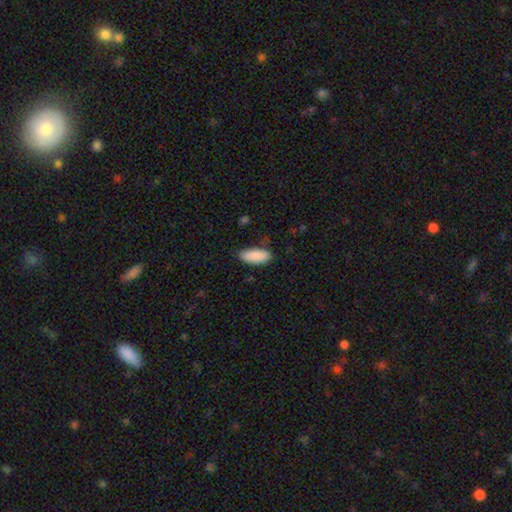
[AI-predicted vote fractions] smooth 90%, star or artifact 6%, featured or disk 4%. Down the decision tree: how rounded — in between (82%); merging — none (80%).